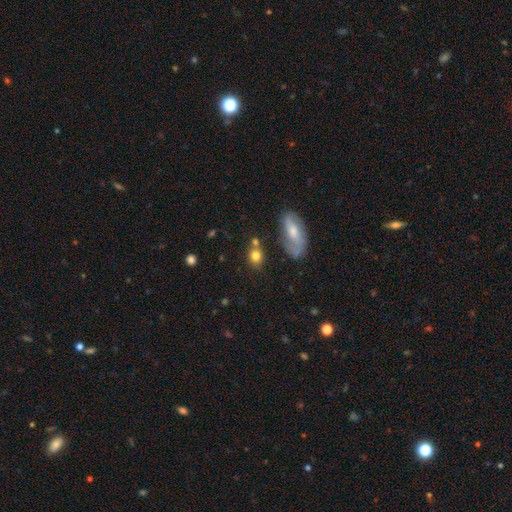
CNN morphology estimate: Smooth or featured?
  - smooth: 78% *
  - featured or disk: 12%
  - star or artifact: 10%
How rounded?
  - round: 55% *
  - in between: 42%
  - cigar-shaped: 3%
Merging?
  - none: 62% *
  - merger: 17%
  - minor disturbance: 15%
  - major disturbance: 6%